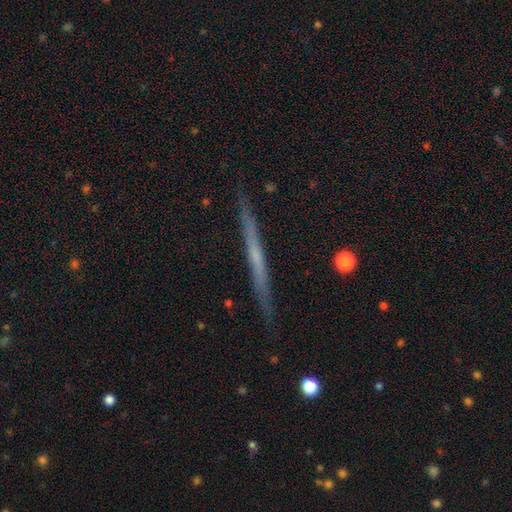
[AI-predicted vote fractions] smooth_or_featured: featured or disk (p=0.62) [alt: smooth p=0.32]
disk_edge_on: yes (p=0.97) [alt: no p=0.03]
edge_on_bulge: none (p=0.79) [alt: rounded p=0.17]
merging: none (p=0.90) [alt: minor disturbance p=0.07]